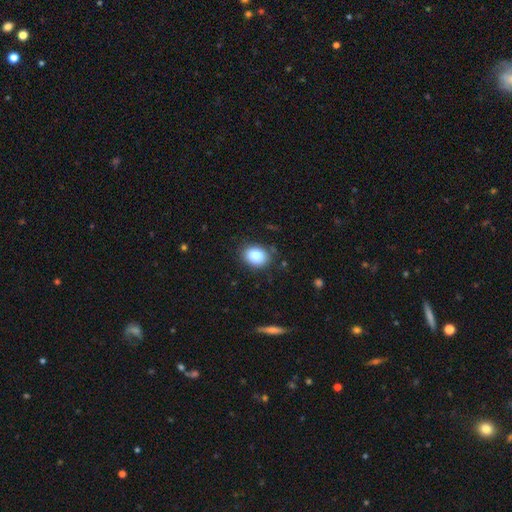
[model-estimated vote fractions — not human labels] Overall: smooth (86%). How rounded: in between (62%; round 37%). Merging: none (84%).